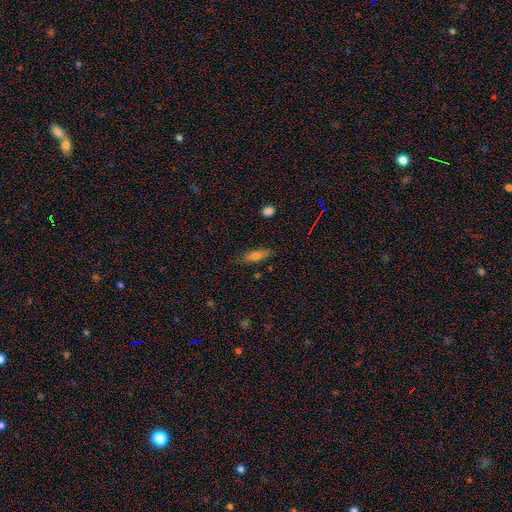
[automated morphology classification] smooth 70%, featured or disk 20%, star or artifact 10%. Down the decision tree: how rounded — cigar-shaped (54%); merging — none (80%).